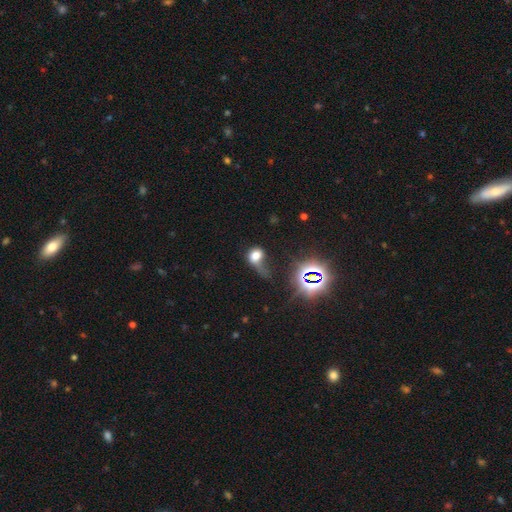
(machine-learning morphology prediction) smooth-or-featured: smooth: 60% | star or artifact: 21% | featured or disk: 19%
  how-rounded: round: 57% | in between: 41% | cigar-shaped: 2%
  merging: major disturbance: 44% | none: 21% | minor disturbance: 21% | merger: 14%